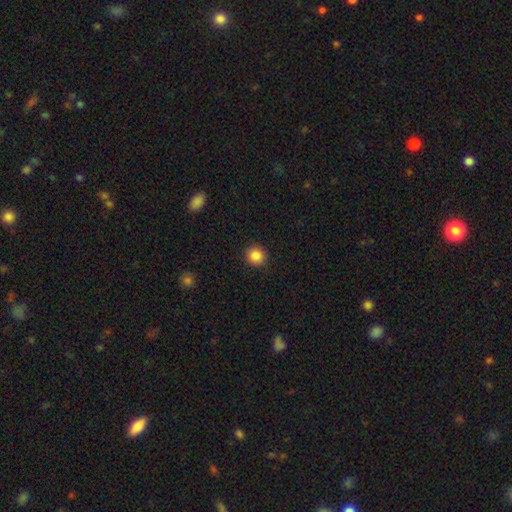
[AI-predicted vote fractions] A smooth galaxy with no disk features (87%) that is round (91%). Merging: none (91%).